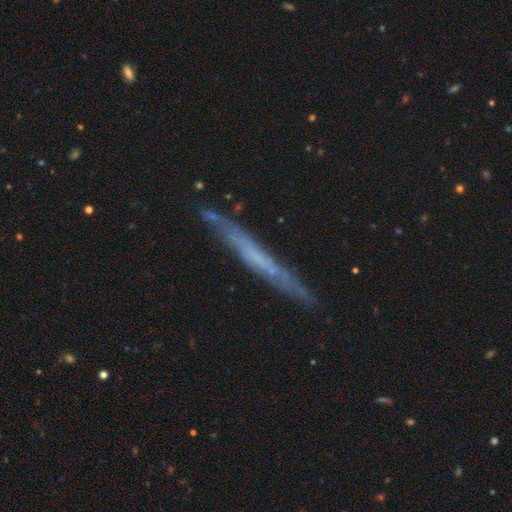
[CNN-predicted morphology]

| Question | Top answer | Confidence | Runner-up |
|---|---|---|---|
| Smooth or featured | featured or disk | 58% | smooth (34%) |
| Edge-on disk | yes | 93% | no (7%) |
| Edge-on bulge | none | 87% | rounded (8%) |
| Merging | none | 83% | minor disturbance (13%) |